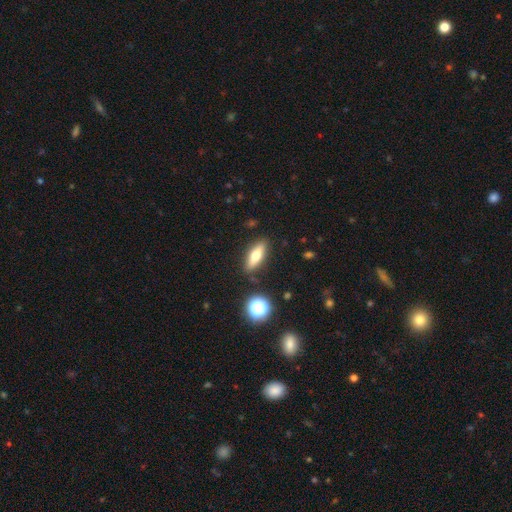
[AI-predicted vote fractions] Smooth or featured? Predicted: smooth (p=0.62). How rounded? Predicted: in between (p=0.55). Merging? Predicted: none (p=0.86).